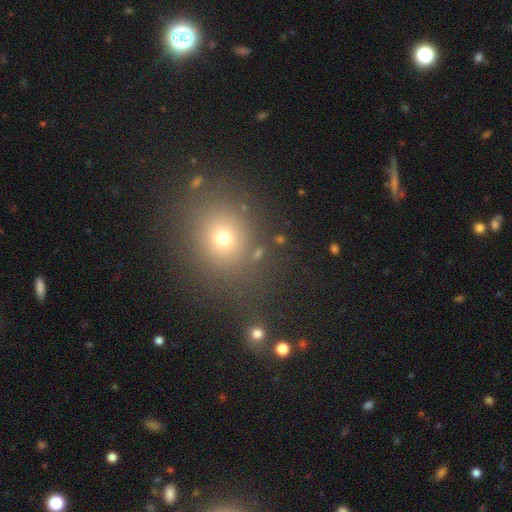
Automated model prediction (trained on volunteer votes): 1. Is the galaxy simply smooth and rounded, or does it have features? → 65% smooth, 26% star or artifact, 10% featured or disk.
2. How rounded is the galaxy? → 73% round, 26% in between, 1% cigar-shaped.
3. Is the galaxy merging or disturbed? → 78% none, 11% minor disturbance, 6% merger, 5% major disturbance.